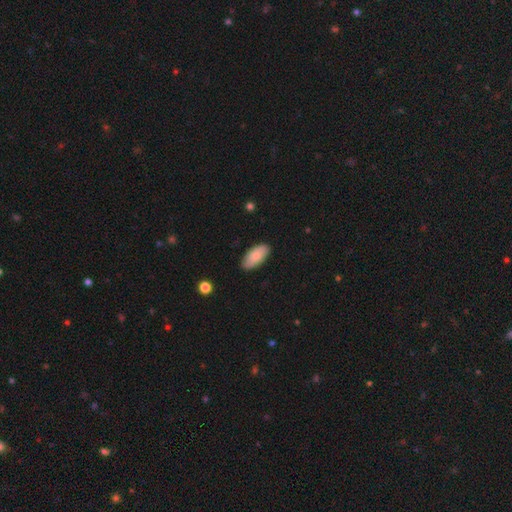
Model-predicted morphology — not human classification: type=smooth (83%); roundness=in between (92%); merging=none (86%).